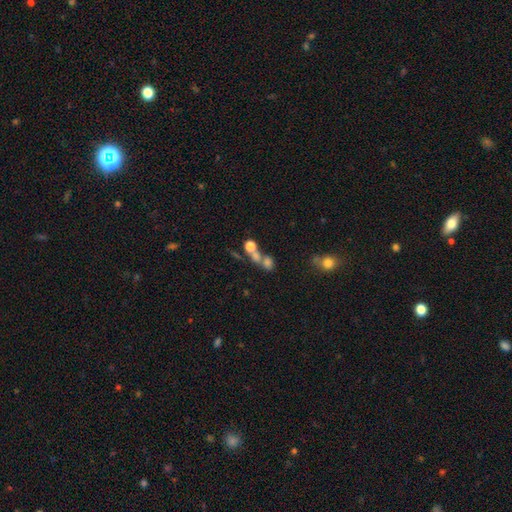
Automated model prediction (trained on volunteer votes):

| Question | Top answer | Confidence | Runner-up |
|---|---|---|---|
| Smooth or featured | smooth | 44% | star or artifact (34%) |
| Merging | merger | 45% | none (39%) |